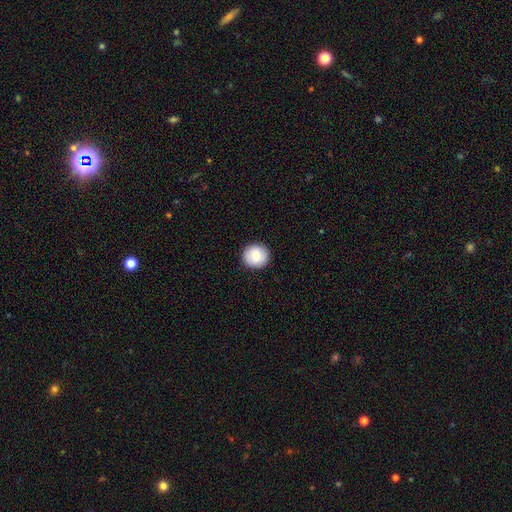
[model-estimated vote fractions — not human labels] Smooth or featured? smooth (78%)
How rounded? round (91%)
Merging? none (92%)